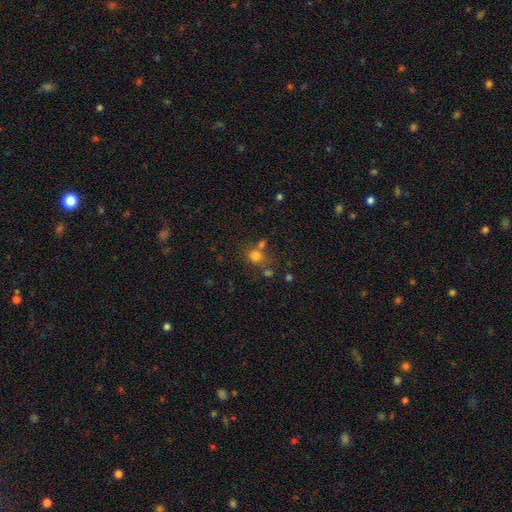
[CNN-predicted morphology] Overall: smooth (74%). How rounded: round (77%). Merging: none (56%; merger 26%).